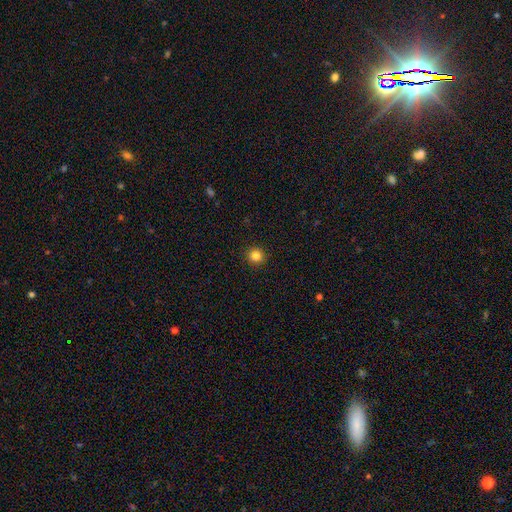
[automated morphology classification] smooth 84%, star or artifact 12%, featured or disk 5%. Down the decision tree: how rounded — round (95%); merging — none (92%).